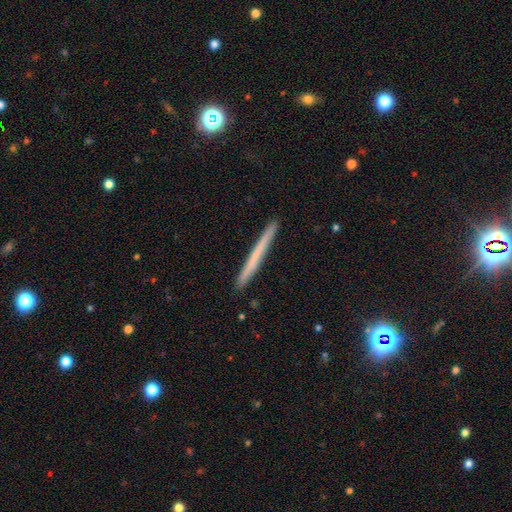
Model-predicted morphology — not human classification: This appears to be a smooth galaxy with no disk features (53%) that is cigar-shaped (97%). Merging: none (92%).